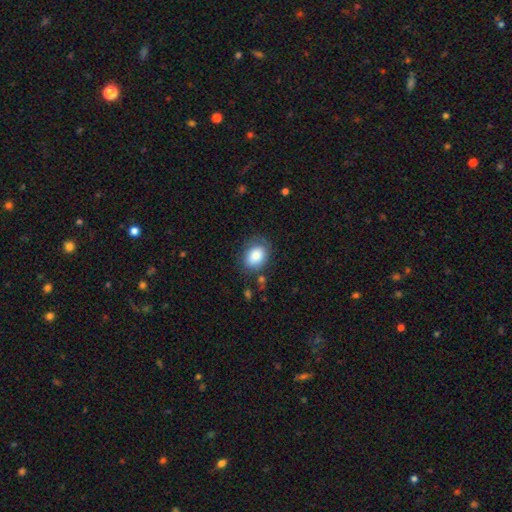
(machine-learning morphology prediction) Overall: smooth (84%). How rounded: in between (65%; round 34%). Merging: none (71%).